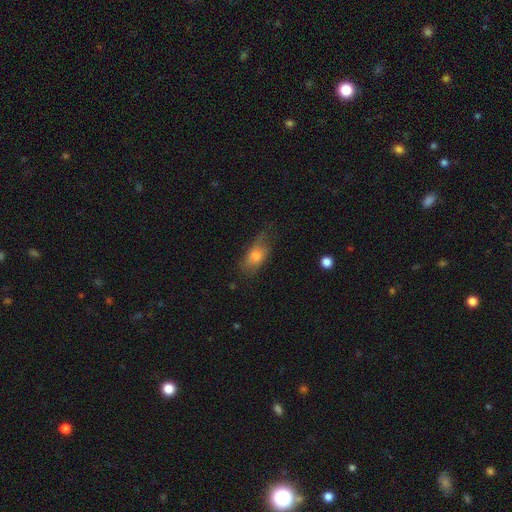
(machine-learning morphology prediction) The model was most divided on "merging": none: 61%, minor disturbance: 27%, major disturbance: 10%, merger: 2%. More confident: how rounded — in between (80%); smooth or featured — smooth (71%).